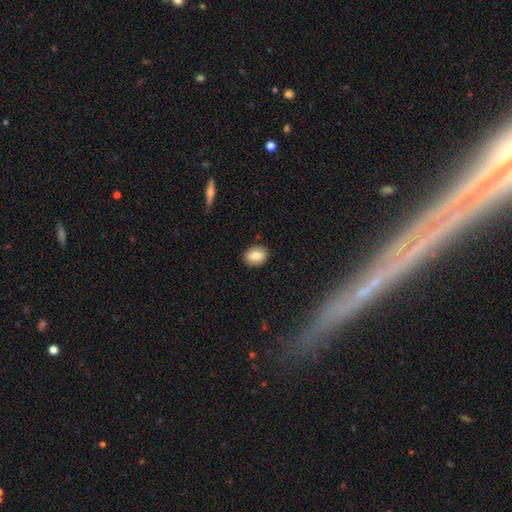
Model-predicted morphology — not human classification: smooth 82%, featured or disk 10%, star or artifact 8%. Down the decision tree: how rounded — in between (64%); merging — none (88%).